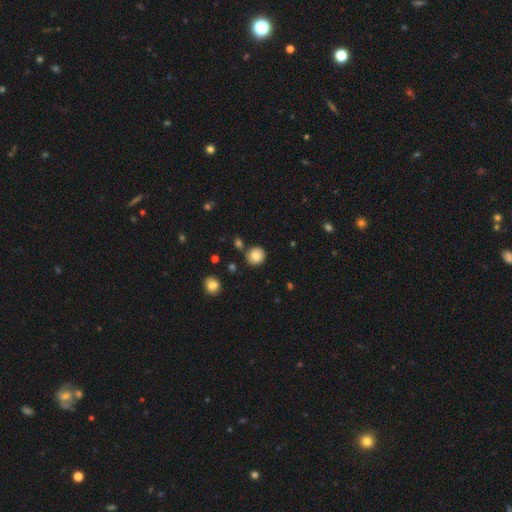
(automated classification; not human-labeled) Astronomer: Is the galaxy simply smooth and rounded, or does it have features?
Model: smooth — 77%.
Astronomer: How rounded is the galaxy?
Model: round — 87%.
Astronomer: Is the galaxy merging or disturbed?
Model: none — 79%.